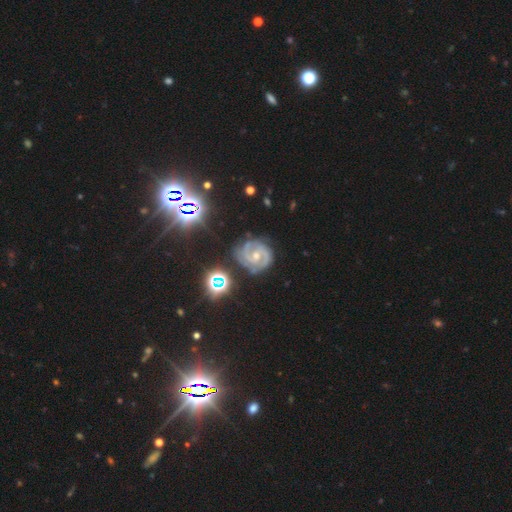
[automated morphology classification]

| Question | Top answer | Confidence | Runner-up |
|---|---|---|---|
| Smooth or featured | featured or disk | 84% | star or artifact (10%) |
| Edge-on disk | no | 98% | yes (2%) |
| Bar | no | 47% | weak (41%) |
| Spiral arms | yes | 97% | no (3%) |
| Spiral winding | tight | 56% | medium (38%) |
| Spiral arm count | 2 | 64% | 3 (17%) |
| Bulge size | small | 49% | moderate (47%) |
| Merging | none | 71% | minor disturbance (19%) |